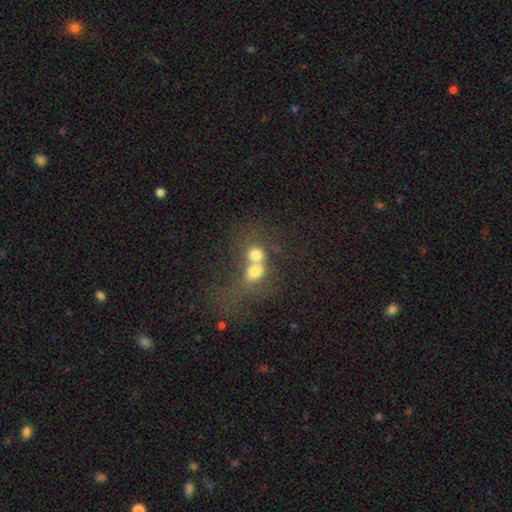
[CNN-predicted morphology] smooth-or-featured: smooth: 66% | featured or disk: 21% | star or artifact: 14%
  how-rounded: round: 65% | in between: 34% | cigar-shaped: 1%
  merging: merger: 72% | none: 18% | major disturbance: 5% | minor disturbance: 5%